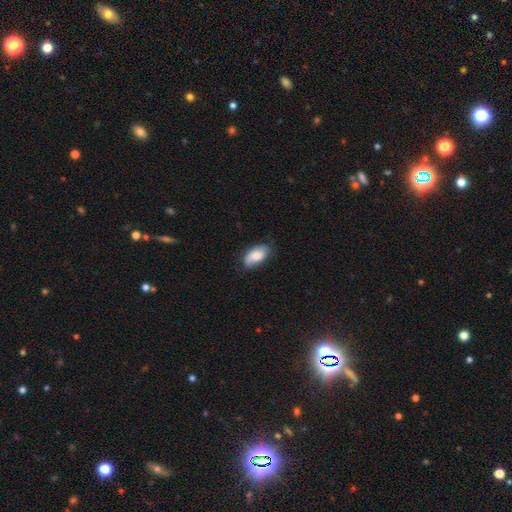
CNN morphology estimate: smooth 71%, featured or disk 22%, star or artifact 7%. Down the decision tree: how rounded — in between (93%); merging — none (67%).